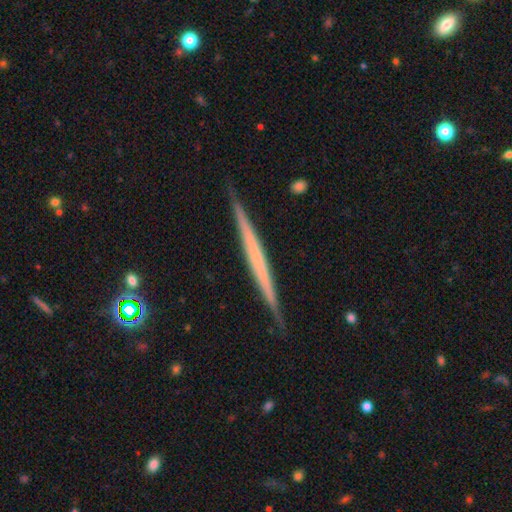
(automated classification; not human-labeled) This appears to be a featured or disk galaxy (63%) viewed edge-on (98%) with no central bulge (87%). Merging: none (89%).